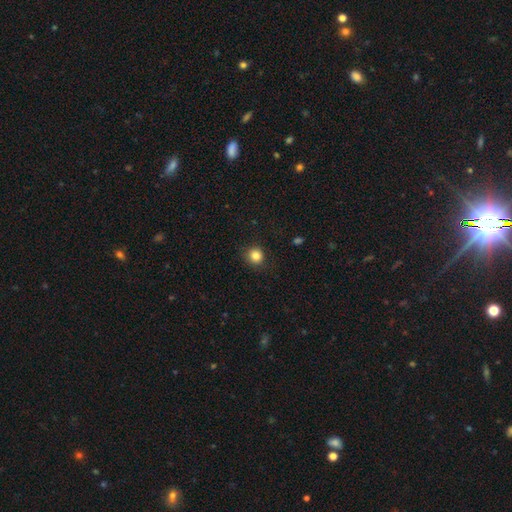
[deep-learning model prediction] This is clearly a smooth galaxy (84%). How rounded: clearly round (90%). Merging: clearly none (88%).